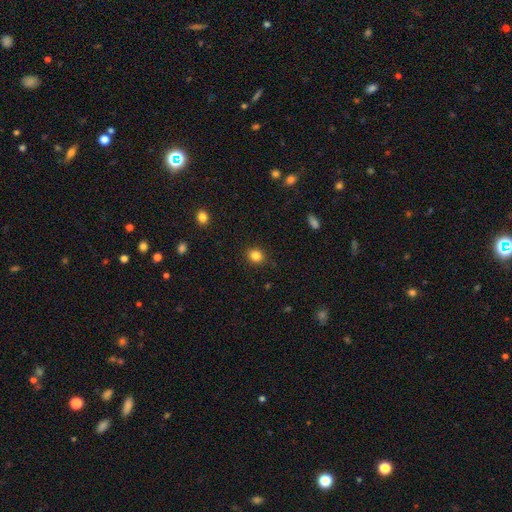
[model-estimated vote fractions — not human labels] A smooth galaxy with no disk features (84%) that is round (81%).

Vote fractions:
- Smooth or featured? smooth: 84% / star or artifact: 12% / featured or disk: 5%
- How rounded? round: 81% / in between: 18% / cigar-shaped: 1%
- Merging? none: 89% / minor disturbance: 8% / major disturbance: 2% / merger: 1%